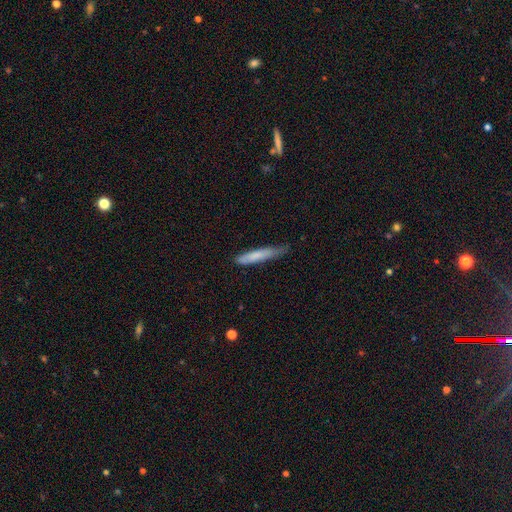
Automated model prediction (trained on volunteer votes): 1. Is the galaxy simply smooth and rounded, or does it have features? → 74% smooth, 20% featured or disk, 6% star or artifact.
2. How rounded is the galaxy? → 91% cigar-shaped, 8% in between, 1% round.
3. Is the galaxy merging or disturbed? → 55% none, 35% minor disturbance, 7% major disturbance, 2% merger.